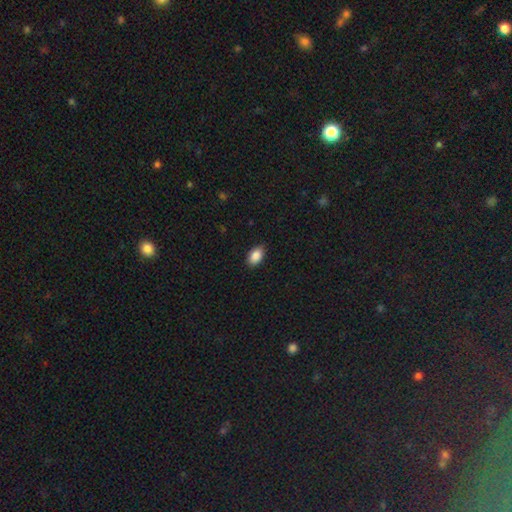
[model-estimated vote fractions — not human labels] A smooth galaxy with no disk features (88%) that is in between round and cigar-shaped (92%).

Vote fractions:
- Smooth or featured? smooth: 88% / star or artifact: 8% / featured or disk: 4%
- How rounded? in between: 92% / round: 7% / cigar-shaped: 2%
- Merging? none: 87% / minor disturbance: 10% / major disturbance: 2% / merger: 1%